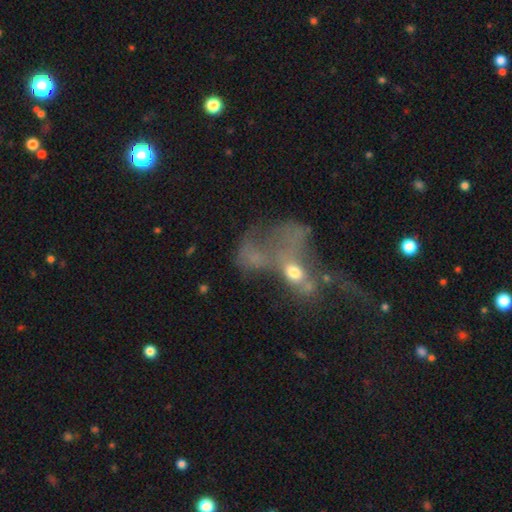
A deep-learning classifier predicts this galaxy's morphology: The model was most divided on "smooth or featured": featured or disk: 46%, smooth: 34%, star or artifact: 20%. More confident: merging — merger (55%).